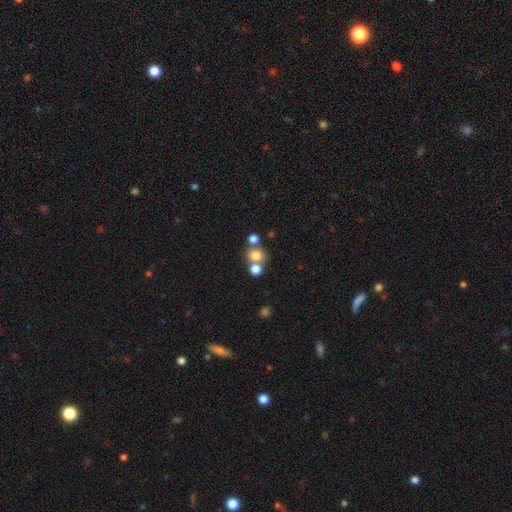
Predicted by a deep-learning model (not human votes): Smooth or featured? Predicted: smooth (p=0.76). How rounded? Predicted: round (p=0.72). Merging? Predicted: none (p=0.50).